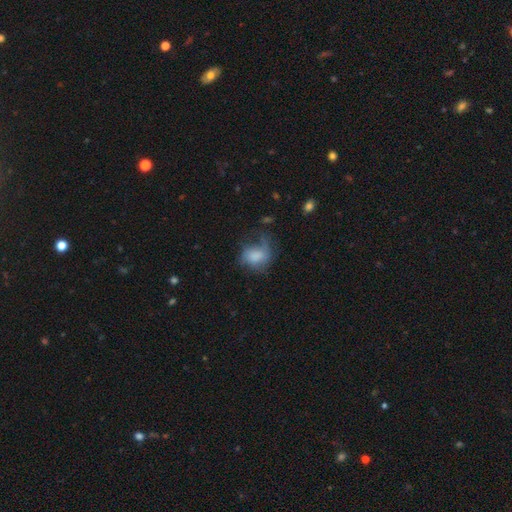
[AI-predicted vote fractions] Smooth or featured: smooth — 65% (featured or disk — 26%)
How rounded: in between — 58% (round — 41%)
Merging: major disturbance — 38% (none — 31%)